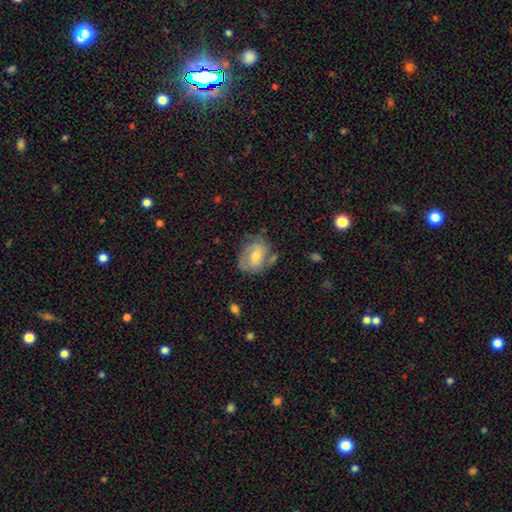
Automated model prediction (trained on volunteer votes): A featured or disk galaxy (48%). Merging: none (59%).